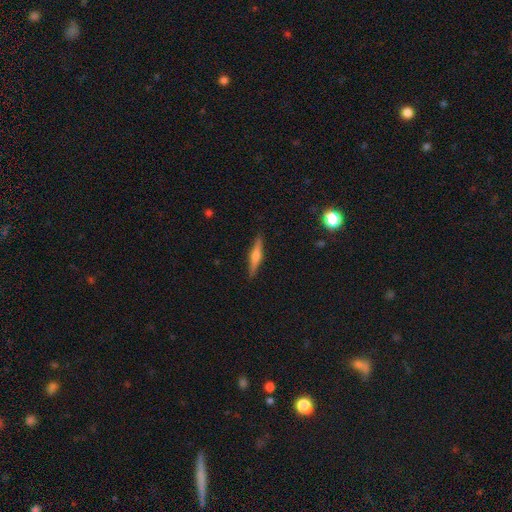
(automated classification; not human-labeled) Smooth or featured: featured or disk — 59% (smooth — 34%)
Edge-on disk: yes — 97% (no — 3%)
Edge-on bulge: rounded — 84% (boxy — 9%)
Merging: none — 90% (minor disturbance — 7%)